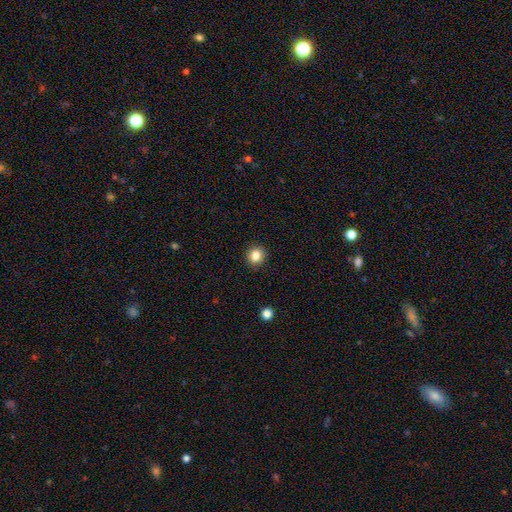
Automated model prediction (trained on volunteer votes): smooth_or_featured: smooth (p=0.84) [alt: star or artifact p=0.11]
how_rounded: round (p=0.90) [alt: in between p=0.09]
merging: none (p=0.92) [alt: minor disturbance p=0.05]